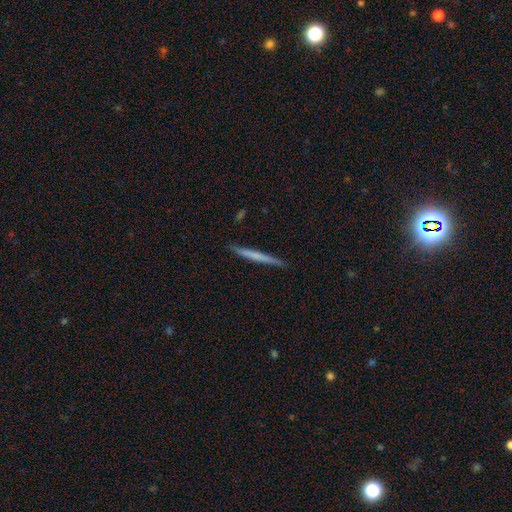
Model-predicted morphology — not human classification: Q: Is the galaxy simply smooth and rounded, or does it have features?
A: smooth — 58%.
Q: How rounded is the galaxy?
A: cigar-shaped — 97%.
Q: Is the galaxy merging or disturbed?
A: none — 90%.